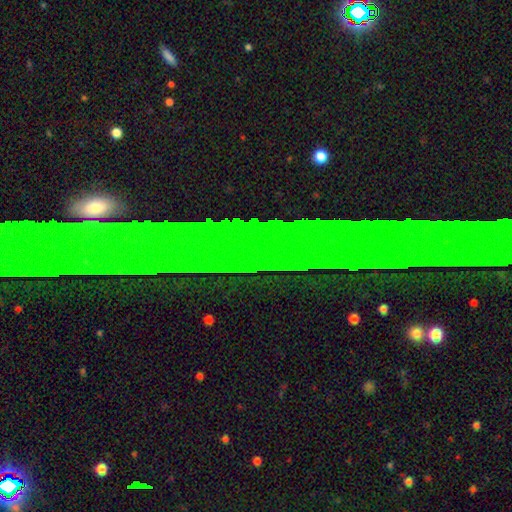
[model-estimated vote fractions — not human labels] Overall: star or artifact (71%).